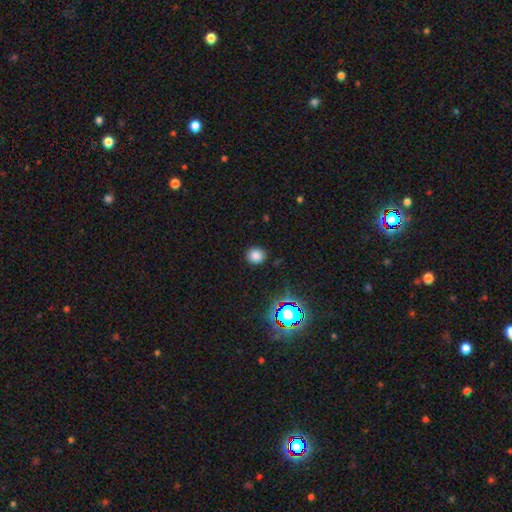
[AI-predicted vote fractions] A smooth galaxy with no disk features (79%) that is round (86%). Merging: none (88%).